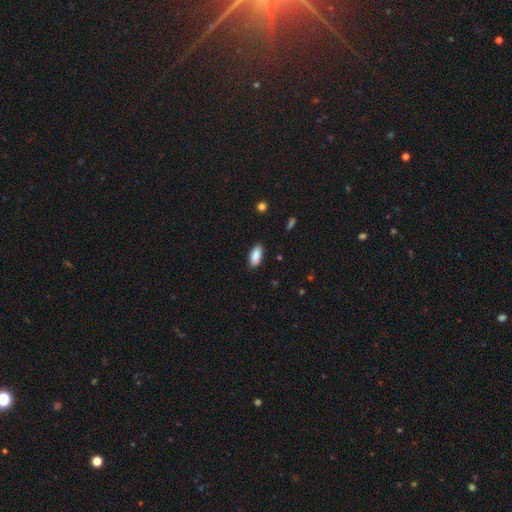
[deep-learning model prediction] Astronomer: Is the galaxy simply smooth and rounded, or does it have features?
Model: smooth — 88%.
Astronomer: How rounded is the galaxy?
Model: in between — 90%.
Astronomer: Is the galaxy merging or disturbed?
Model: none — 84%.